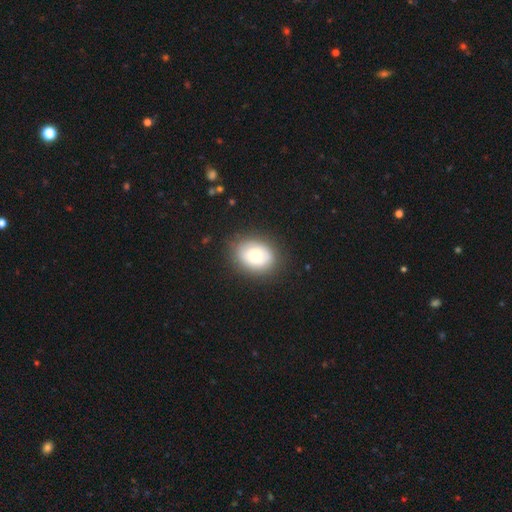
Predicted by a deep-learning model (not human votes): Smooth or featured? smooth (62%)
How rounded? in between (66%)
Merging? none (81%)